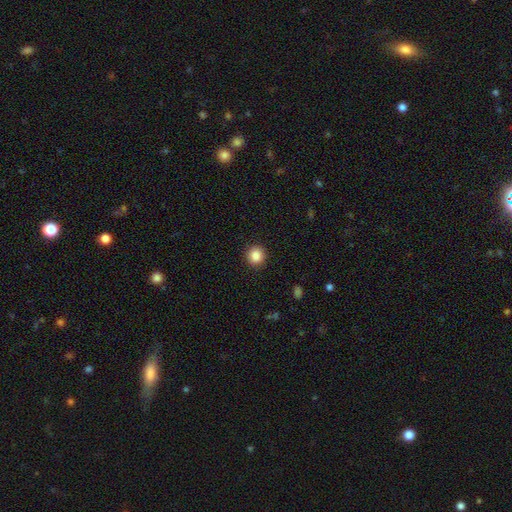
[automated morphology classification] Q: Smooth or featured?
A: smooth (87%); runner-up: star or artifact (10%)
Q: How rounded?
A: round (91%); runner-up: in between (8%)
Q: Merging?
A: none (91%); runner-up: minor disturbance (6%)